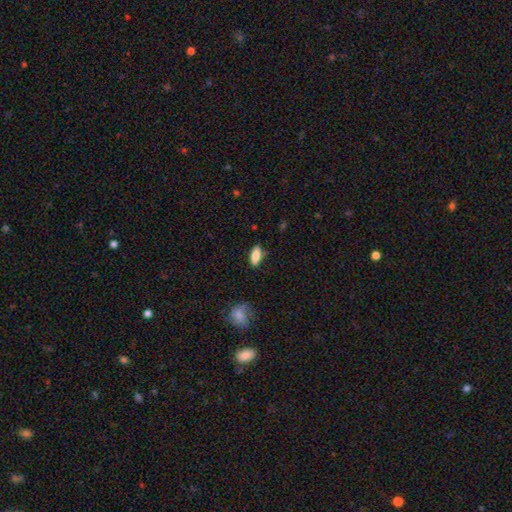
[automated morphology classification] Smooth or featured? Predicted: smooth (p=0.83). How rounded? Predicted: in between (p=0.79). Merging? Predicted: none (p=0.79).